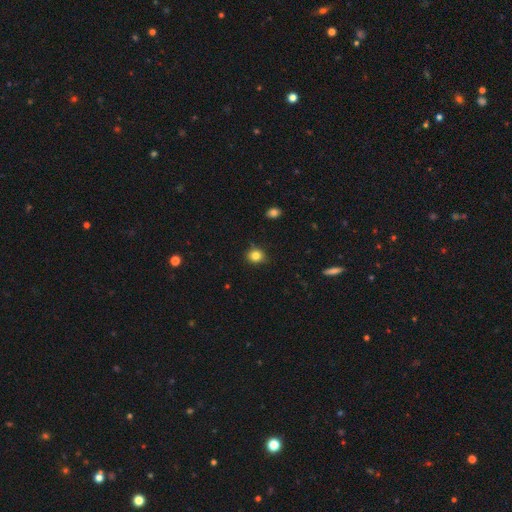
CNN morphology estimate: This appears to be a smooth galaxy with no disk features (83%) that is round (77%). Merging: none (80%).